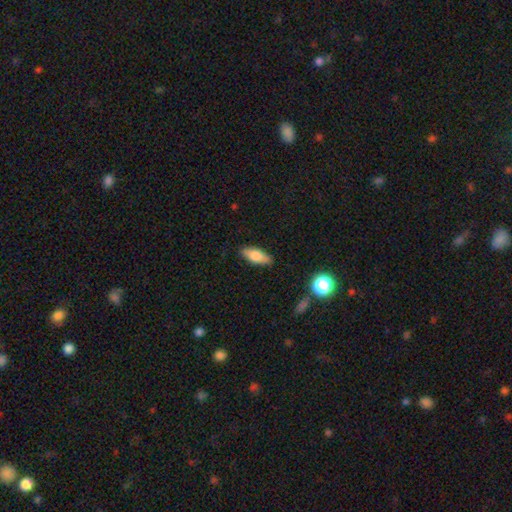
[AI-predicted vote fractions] smooth-or-featured: smooth: 76% | featured or disk: 17% | star or artifact: 7%
  how-rounded: in between: 73% | cigar-shaped: 24% | round: 3%
  merging: none: 86% | minor disturbance: 10% | major disturbance: 2% | merger: 1%